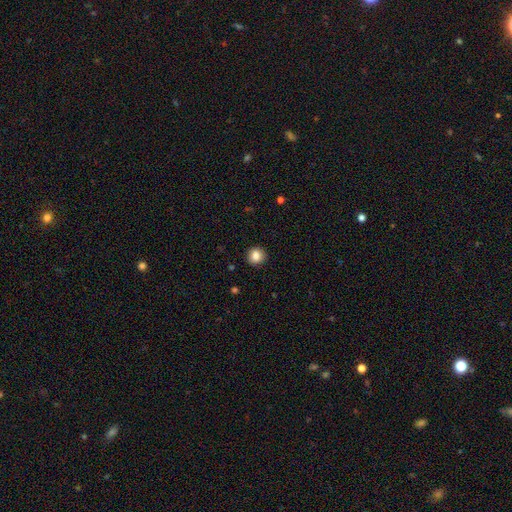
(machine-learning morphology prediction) A smooth galaxy with no disk features (85%) that is round (90%). Merging: none (92%).